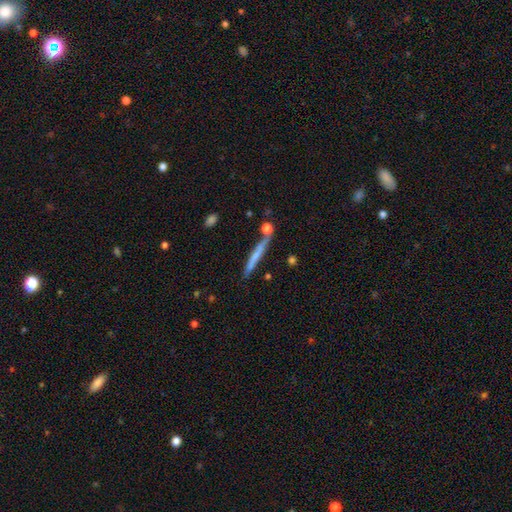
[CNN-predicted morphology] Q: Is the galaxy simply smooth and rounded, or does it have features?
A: smooth — 52%.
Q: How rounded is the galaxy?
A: cigar-shaped — 95%.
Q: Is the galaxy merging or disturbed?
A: none — 74%.